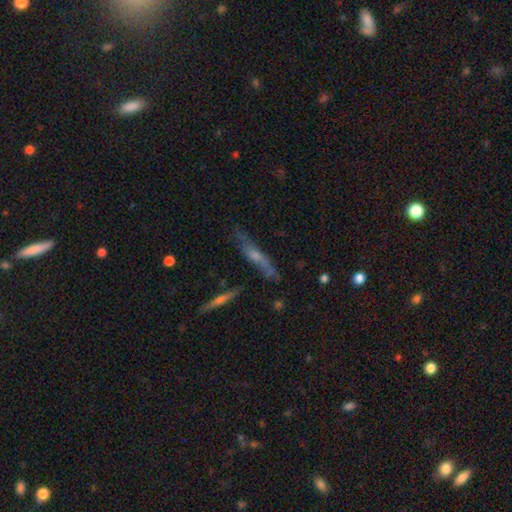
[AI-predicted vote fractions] Smooth or featured? featured or disk (61%)
Edge-on disk? yes (80%)
Merging? none (70%)